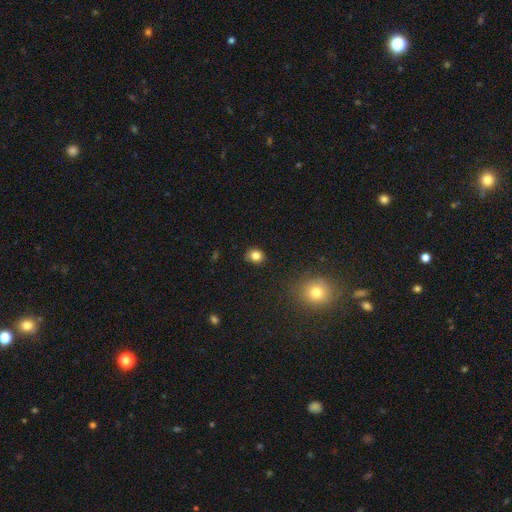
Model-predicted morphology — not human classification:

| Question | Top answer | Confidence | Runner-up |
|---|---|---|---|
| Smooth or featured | smooth | 82% | star or artifact (12%) |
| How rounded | round | 73% | in between (26%) |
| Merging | none | 86% | minor disturbance (10%) |